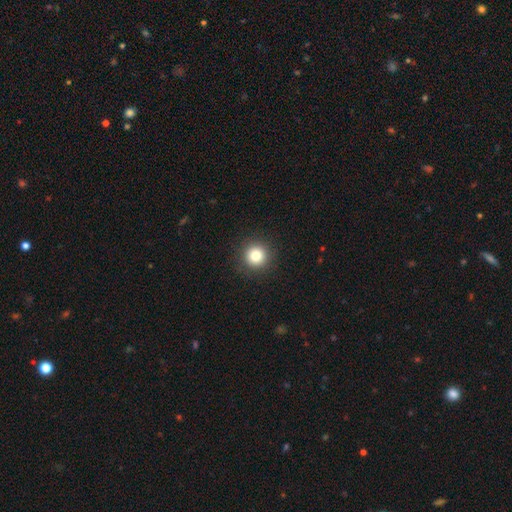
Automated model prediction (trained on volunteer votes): Smooth or featured: smooth — 82% (star or artifact — 11%)
How rounded: round — 95% (in between — 4%)
Merging: none — 92% (minor disturbance — 5%)